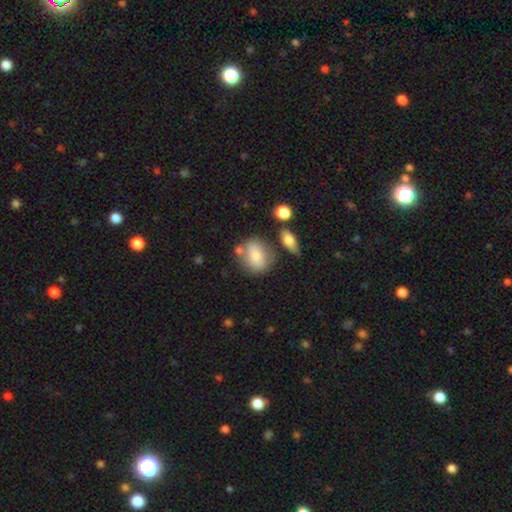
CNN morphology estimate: type=smooth (72%); roundness=in between (49%); merging=none (64%).